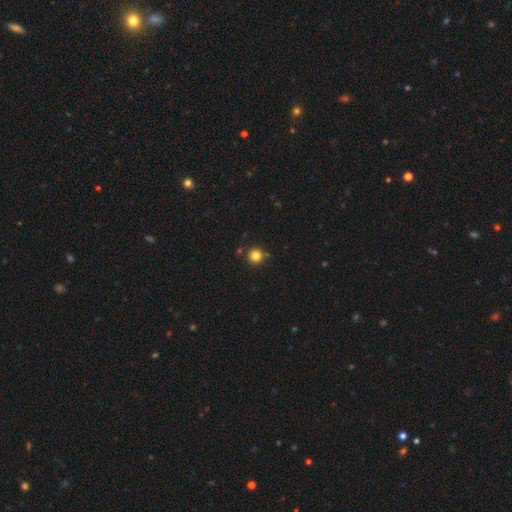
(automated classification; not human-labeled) This appears to be a smooth galaxy with no disk features (83%) that is round (95%). Merging: none (86%).